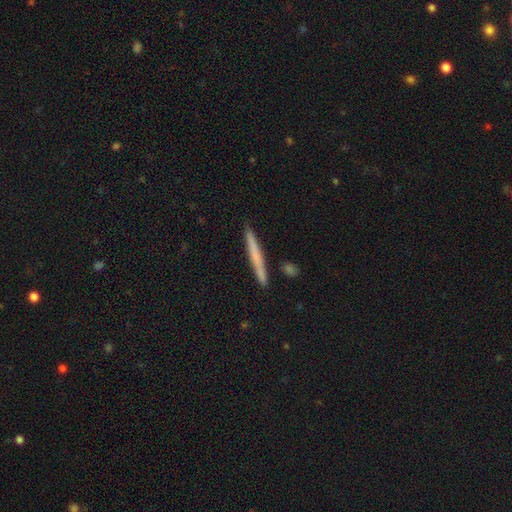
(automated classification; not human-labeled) A smooth galaxy with no disk features (59%) that is cigar-shaped (97%).

Vote fractions:
- Smooth or featured? smooth: 59% / featured or disk: 36% / star or artifact: 6%
- How rounded? cigar-shaped: 97% / in between: 2% / round: 1%
- Merging? none: 89% / minor disturbance: 7% / merger: 3% / major disturbance: 1%